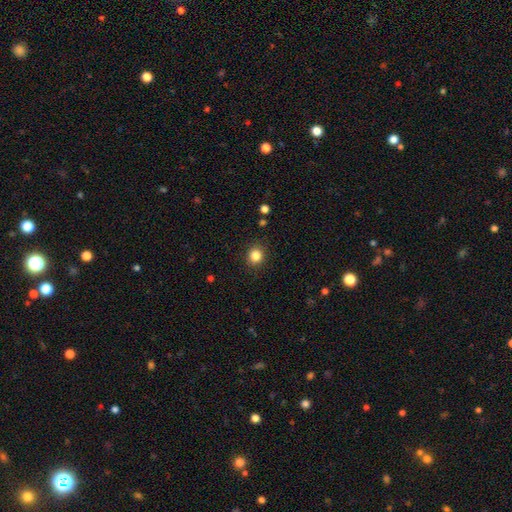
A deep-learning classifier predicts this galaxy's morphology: smooth 84%, star or artifact 11%, featured or disk 5%. Down the decision tree: how rounded — round (81%); merging — none (89%).